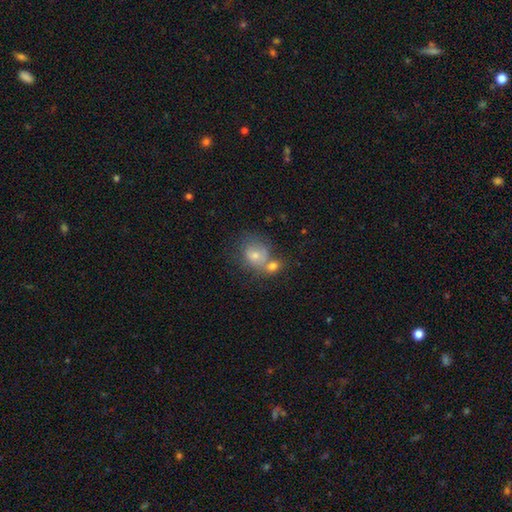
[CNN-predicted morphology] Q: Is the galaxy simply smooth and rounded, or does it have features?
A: smooth — 58%.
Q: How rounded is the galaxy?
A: round — 67%.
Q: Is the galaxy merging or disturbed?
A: none — 41%.